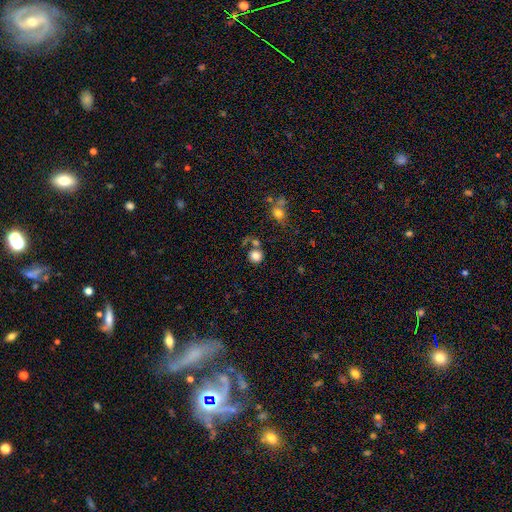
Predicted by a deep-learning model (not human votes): A smooth galaxy with no disk features (81%) that is round (87%). Merging: none (63%).